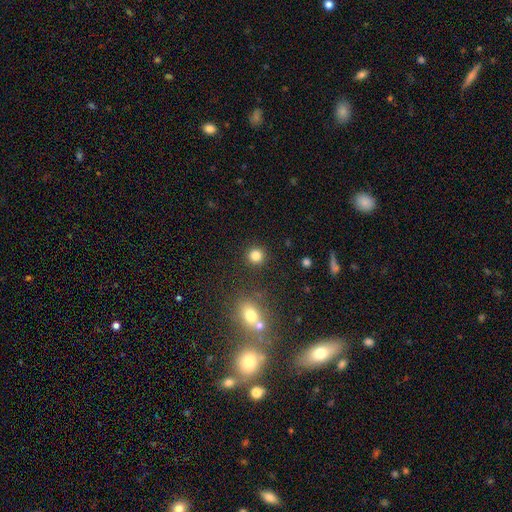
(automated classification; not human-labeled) Overall: smooth (82%). How rounded: round (92%). Merging: none (88%).